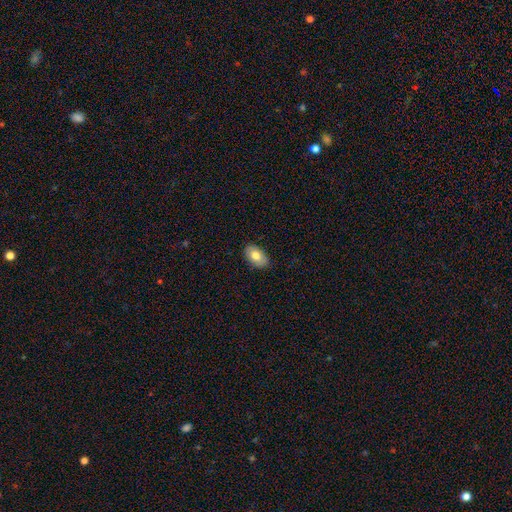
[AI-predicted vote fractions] Morphology: type=smooth (76%); roundness=in between (93%); merging=none (86%).